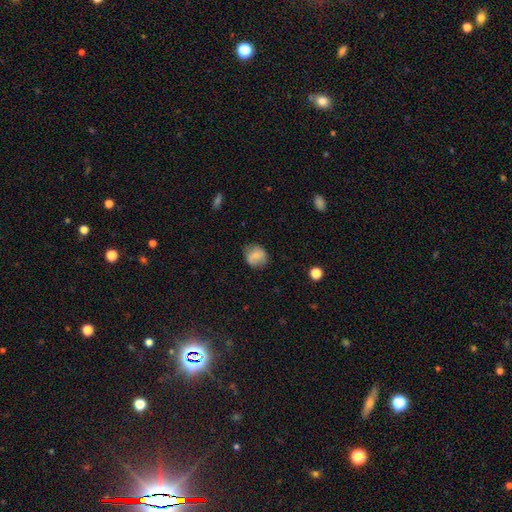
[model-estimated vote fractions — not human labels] Q: Smooth or featured?
A: smooth (75%); runner-up: featured or disk (16%)
Q: How rounded?
A: round (76%); runner-up: in between (23%)
Q: Merging?
A: none (74%); runner-up: minor disturbance (19%)